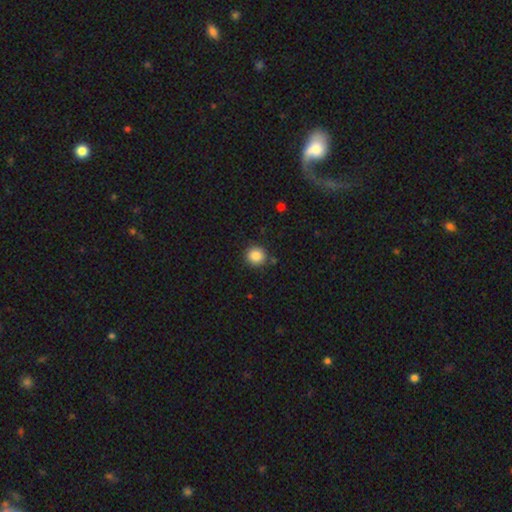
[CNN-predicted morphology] smooth_or_featured: smooth (p=0.86) [alt: star or artifact p=0.10]
how_rounded: round (p=0.92) [alt: in between p=0.07]
merging: none (p=0.87) [alt: minor disturbance p=0.08]